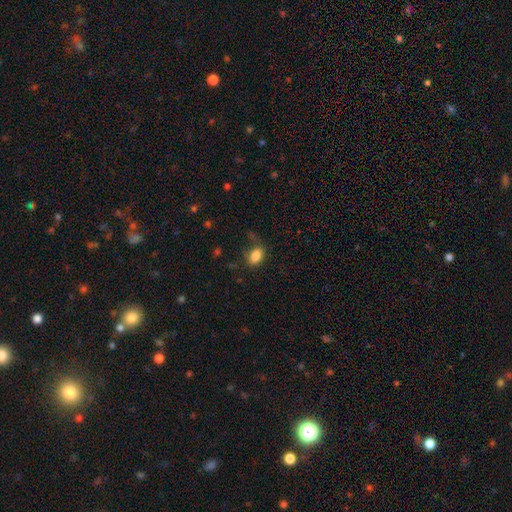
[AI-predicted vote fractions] smooth-or-featured: smooth: 85% | star or artifact: 9% | featured or disk: 6%
  how-rounded: in between: 84% | round: 14% | cigar-shaped: 2%
  merging: none: 69% | minor disturbance: 20% | major disturbance: 8% | merger: 3%